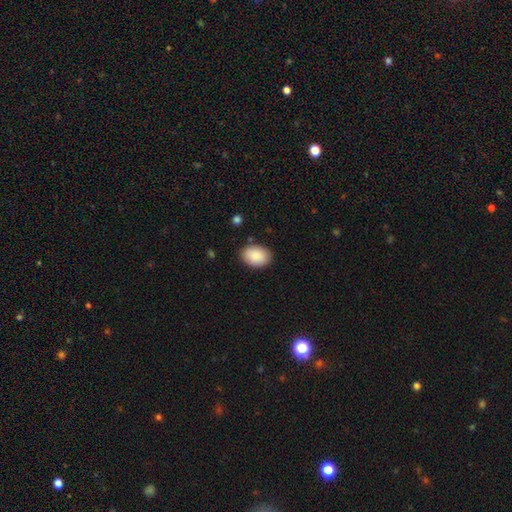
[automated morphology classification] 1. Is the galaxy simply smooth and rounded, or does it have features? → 89% smooth, 6% star or artifact, 4% featured or disk.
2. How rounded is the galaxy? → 83% in between, 16% round, 1% cigar-shaped.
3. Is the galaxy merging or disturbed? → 86% none, 10% minor disturbance, 2% major disturbance, 2% merger.